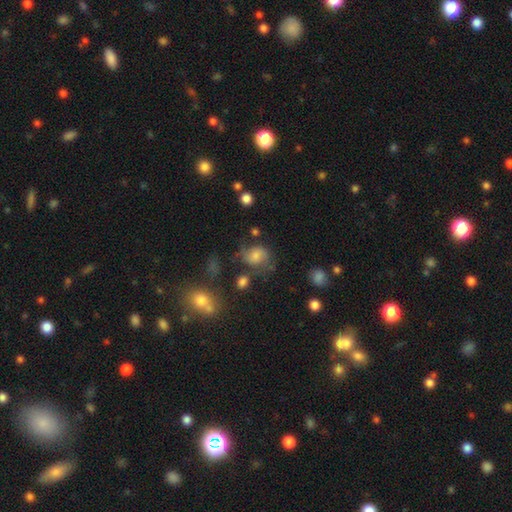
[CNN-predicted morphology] A smooth galaxy with no disk features (48%).

Vote fractions:
- Smooth or featured? smooth: 48% / featured or disk: 36% / star or artifact: 16%
- Merging? none: 53% / minor disturbance: 24% / major disturbance: 19% / merger: 5%